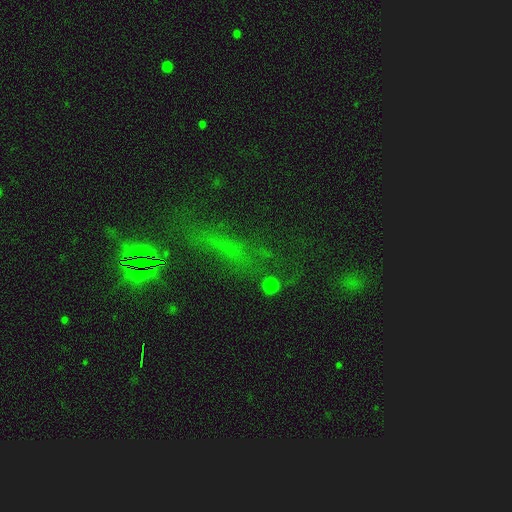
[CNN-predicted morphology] This appears to be a star or artifact, not a galaxy (56%).